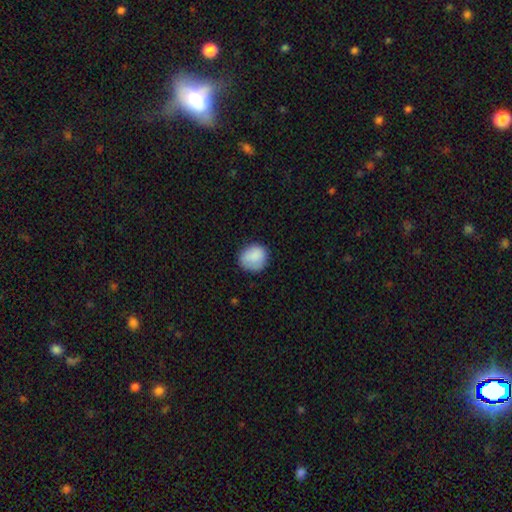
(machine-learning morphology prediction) This is clearly a smooth galaxy (86%). How rounded: likely round (79%). Merging: likely none (76%).